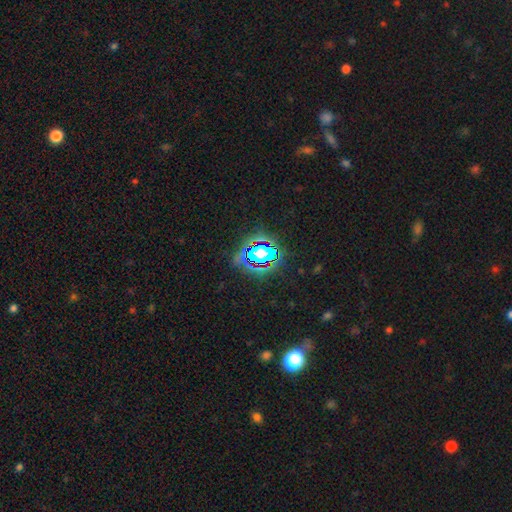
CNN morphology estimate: A star or artifact, not a galaxy (78%).